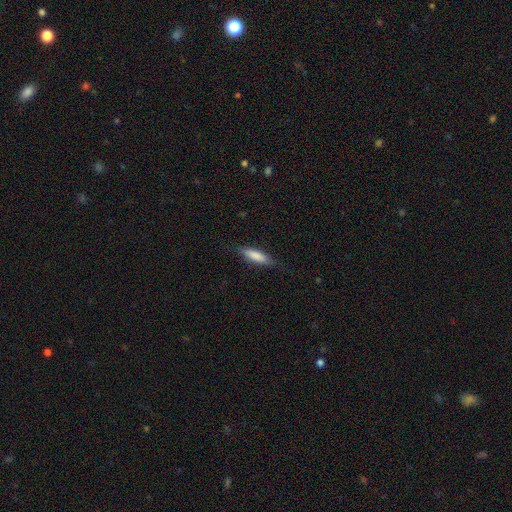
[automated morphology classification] Overall: smooth (80%). How rounded: cigar-shaped (62%; in between 36%). Merging: none (81%).